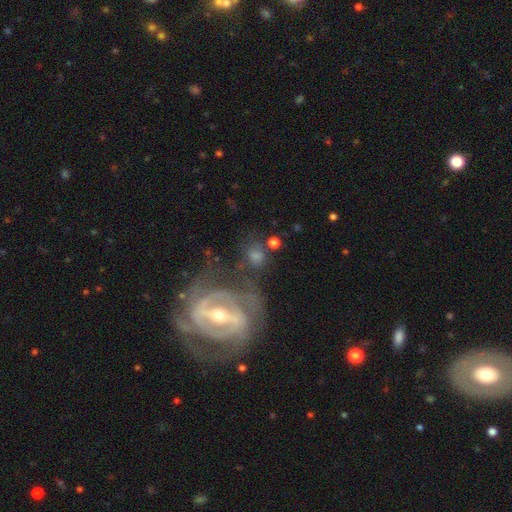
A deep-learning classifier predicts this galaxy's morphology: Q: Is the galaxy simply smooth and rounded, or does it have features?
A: featured or disk — 72%.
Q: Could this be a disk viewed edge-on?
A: no — 93%.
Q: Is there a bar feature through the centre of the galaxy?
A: strong — 57%.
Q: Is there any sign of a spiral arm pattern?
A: yes — 80%.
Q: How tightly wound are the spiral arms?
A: tight — 50%.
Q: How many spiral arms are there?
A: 2 — 45%.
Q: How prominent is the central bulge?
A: moderate — 50%.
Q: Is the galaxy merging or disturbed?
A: none — 59%.